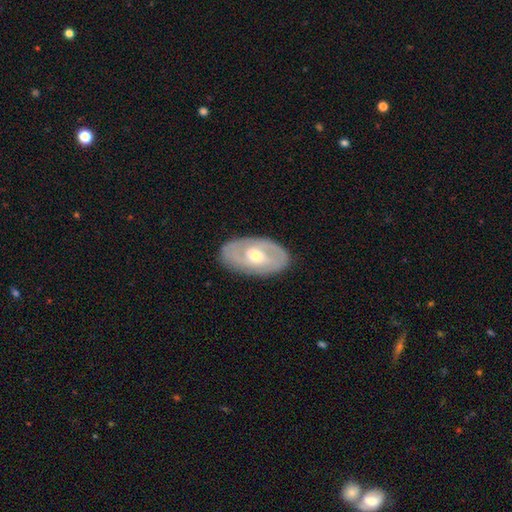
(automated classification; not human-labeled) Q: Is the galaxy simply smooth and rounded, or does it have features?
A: featured or disk — 67%.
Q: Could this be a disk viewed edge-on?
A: no — 92%.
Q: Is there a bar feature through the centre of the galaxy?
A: no — 51%.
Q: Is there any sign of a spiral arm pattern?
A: yes — 61%.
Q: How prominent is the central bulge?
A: moderate — 62%.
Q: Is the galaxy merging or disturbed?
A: none — 83%.